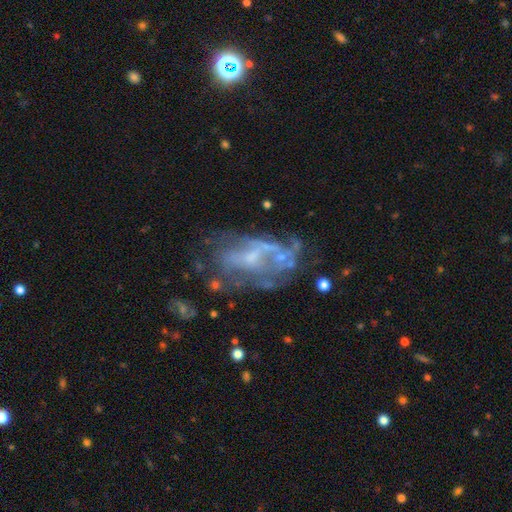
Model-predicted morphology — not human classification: smooth_or_featured: featured or disk (p=0.70) [alt: smooth p=0.17]
disk_edge_on: no (p=0.95) [alt: yes p=0.05]
bar: no (p=0.64) [alt: weak p=0.28]
has_spiral_arms: no (p=0.58) [alt: yes p=0.42]
bulge_size: small (p=0.50) [alt: none p=0.26]
merging: none (p=0.40) [alt: major disturbance p=0.28]